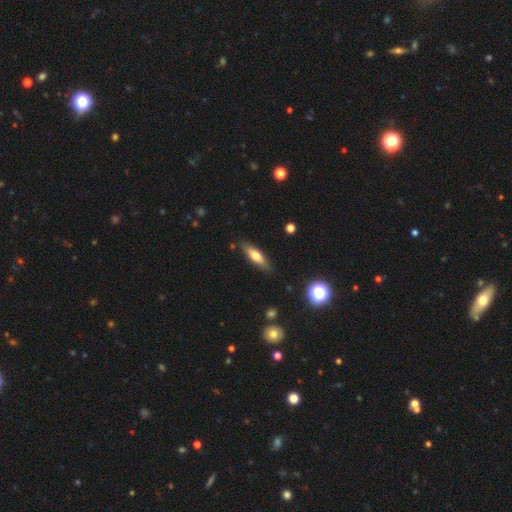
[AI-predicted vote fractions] The model was most divided on "how rounded": cigar-shaped: 58%, in between: 39%, round: 2%. More confident: merging — none (84%); smooth or featured — smooth (57%).